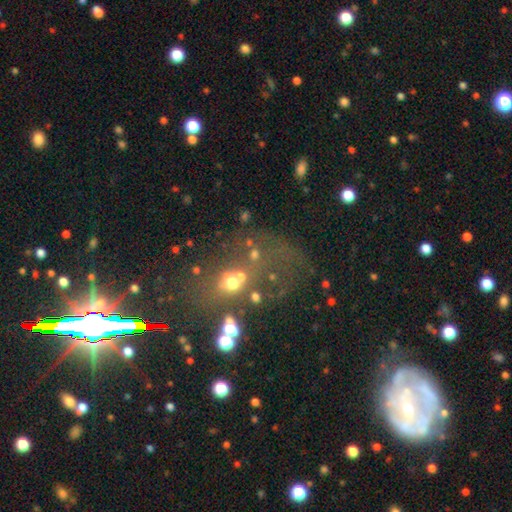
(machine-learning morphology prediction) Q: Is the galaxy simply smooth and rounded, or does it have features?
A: smooth — 42%.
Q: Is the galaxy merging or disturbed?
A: none — 39%.